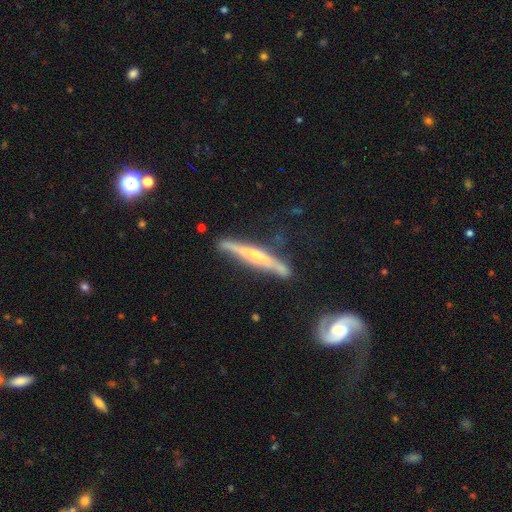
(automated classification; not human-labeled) Smooth or featured? Predicted: featured or disk (p=0.72). Edge-on disk? Predicted: yes (p=0.92). Edge-on bulge? Predicted: rounded (p=0.47). Merging? Predicted: none (p=0.76).